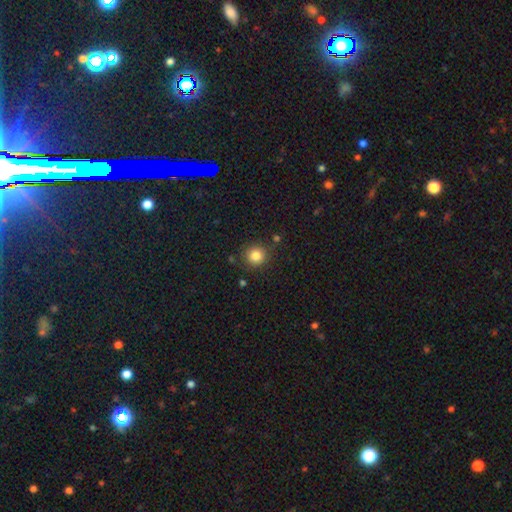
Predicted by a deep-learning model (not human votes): Q: Smooth or featured?
A: smooth (83%); runner-up: star or artifact (11%)
Q: How rounded?
A: round (91%); runner-up: in between (8%)
Q: Merging?
A: none (85%); runner-up: minor disturbance (9%)